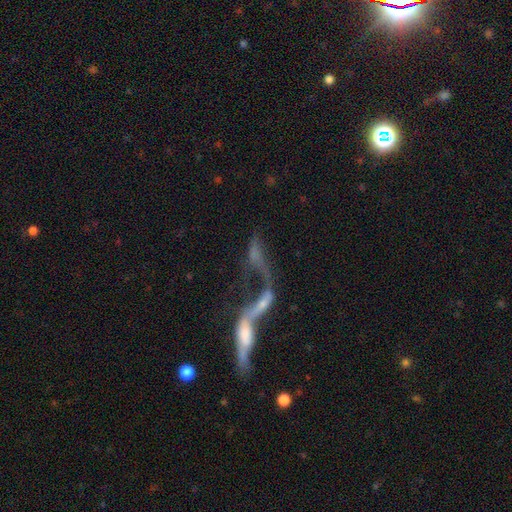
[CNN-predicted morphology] A featured or disk galaxy (52%).

Vote fractions:
- Smooth or featured? featured or disk: 52% / smooth: 31% / star or artifact: 16%
- Edge-on disk? no: 76% / yes: 24%
- Merging? merger: 71% / major disturbance: 16% / none: 8% / minor disturbance: 5%